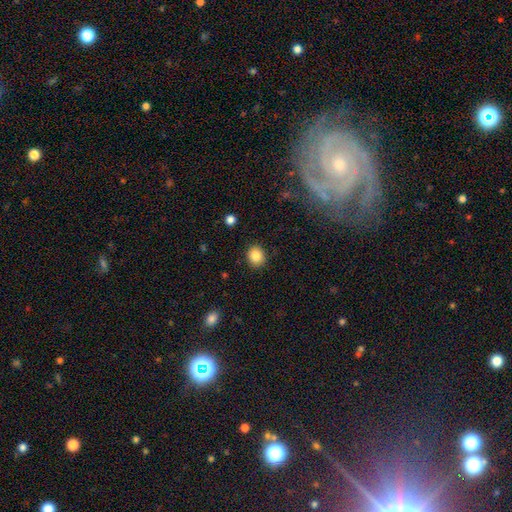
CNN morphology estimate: smooth_or_featured: smooth (p=0.86) [alt: star or artifact p=0.09]
how_rounded: round (p=0.73) [alt: in between p=0.26]
merging: none (p=0.89) [alt: minor disturbance p=0.07]